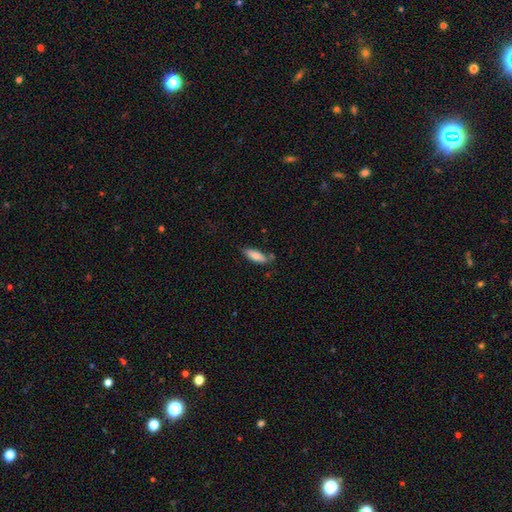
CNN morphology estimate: type=smooth (81%); roundness=in between (60%); merging=none (67%).